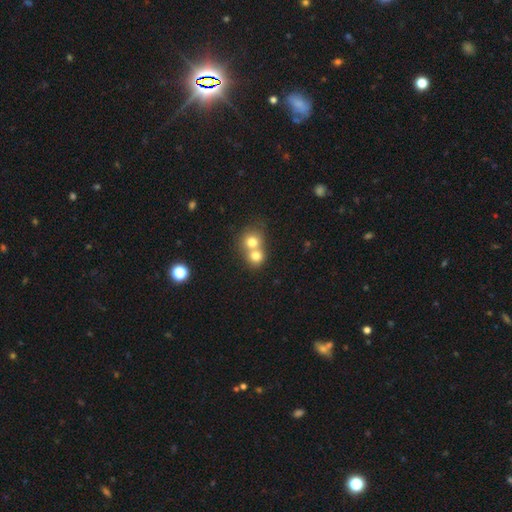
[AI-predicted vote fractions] This is likely a smooth galaxy (75%). How rounded: likely round (79%). Merging: likely merger (66%).